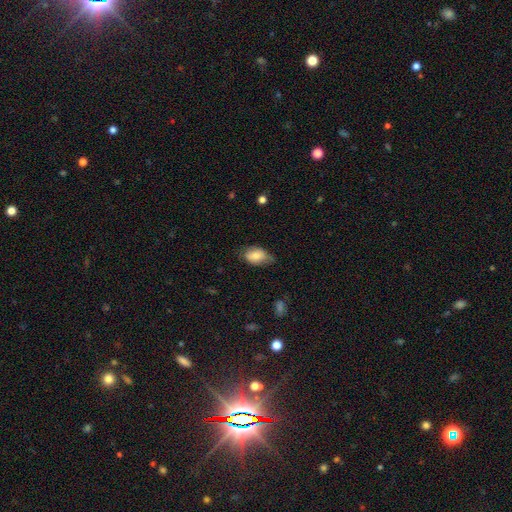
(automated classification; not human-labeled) smooth 76%, featured or disk 17%, star or artifact 7%. Down the decision tree: how rounded — in between (88%); merging — none (56%).